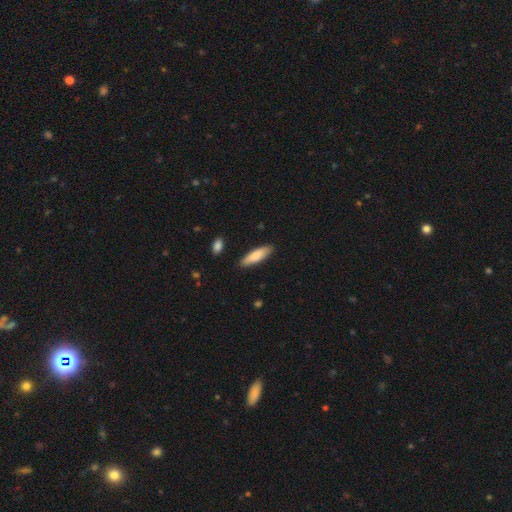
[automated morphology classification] A smooth galaxy with no disk features (83%) that is cigar-shaped (57%). Merging: none (86%).